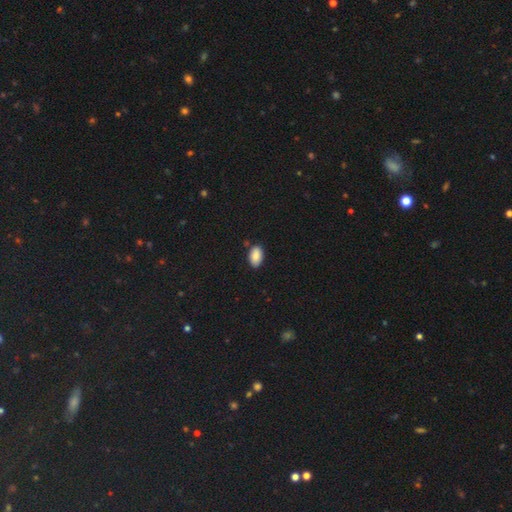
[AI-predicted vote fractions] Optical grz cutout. It shows a smooth galaxy with no disk features (87%) that is in between round and cigar-shaped (94%). Merging: none (85%).